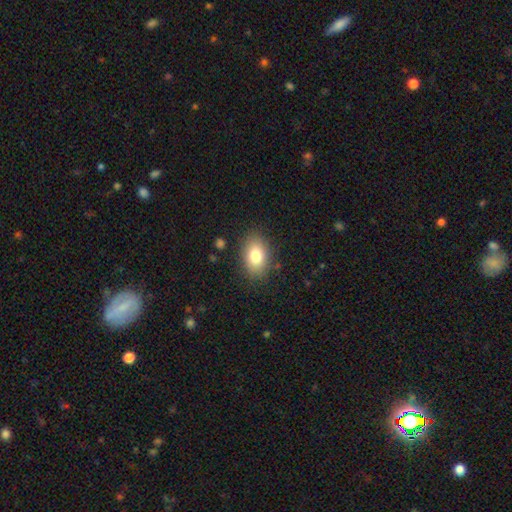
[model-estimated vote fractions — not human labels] Overall: smooth (80%). How rounded: in between (84%). Merging: none (85%).